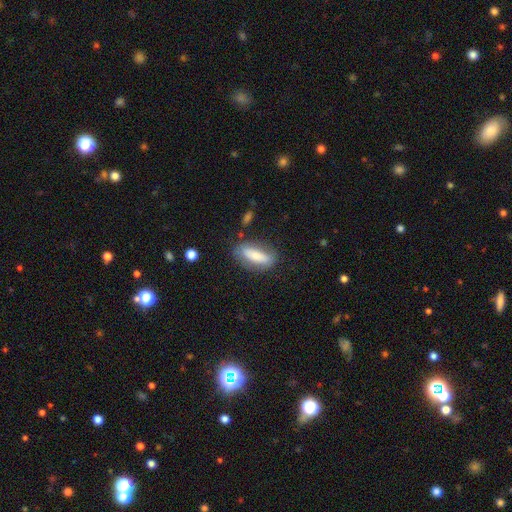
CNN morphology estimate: Q: Smooth or featured?
A: smooth (64%); runner-up: featured or disk (29%)
Q: How rounded?
A: in between (63%); runner-up: cigar-shaped (35%)
Q: Merging?
A: none (76%); runner-up: minor disturbance (15%)